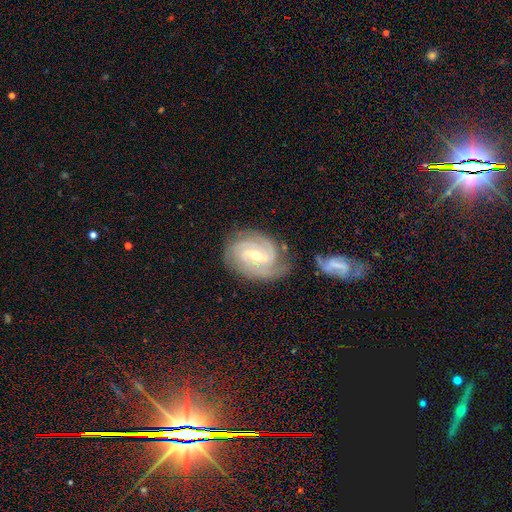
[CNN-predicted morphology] smooth-or-featured: featured or disk: 89% | smooth: 6% | star or artifact: 5%
  disk-edge-on: no: 97% | yes: 3%
    bar: weak: 51% | strong: 31% | no: 18%
    has-spiral-arms: yes: 98% | no: 2%
      spiral-winding: tight: 66% | medium: 29% | loose: 5%
      spiral-arm-count: 3: 40% | 2: 27% | 4: 12% | can't tell: 12% | more than 4: 4% | 1: 4%
    bulge-size: moderate: 53% | small: 44% | large: 1% | none: 1% | dominant: 1%
  merging: none: 69% | minor disturbance: 18% | merger: 6% | major disturbance: 6%